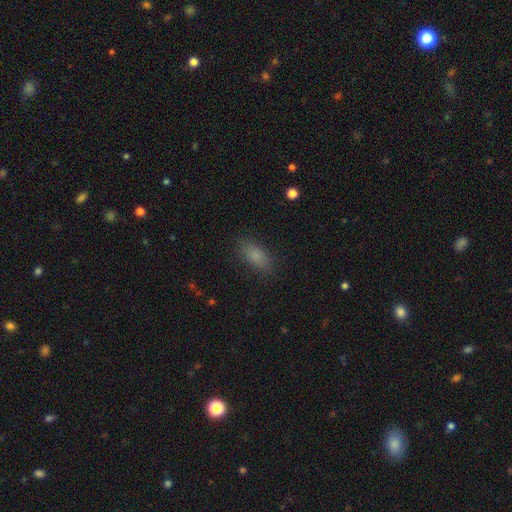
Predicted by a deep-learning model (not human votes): Smooth or featured?
  - smooth: 83% *
  - star or artifact: 10%
  - featured or disk: 7%
How rounded?
  - in between: 85% *
  - cigar-shaped: 11%
  - round: 4%
Merging?
  - none: 85% *
  - minor disturbance: 10%
  - major disturbance: 3%
  - merger: 1%